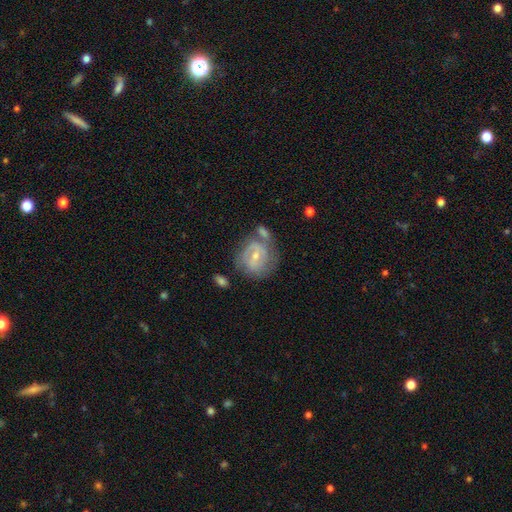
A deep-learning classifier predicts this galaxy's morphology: This is likely a featured or disk galaxy (66%). It is clearly not viewed edge-on (96%). Bar: possibly weak (50%). Spiral arm pattern: likely yes (76%). Central bulge: possibly small (52%). Merging: possibly none (48%).